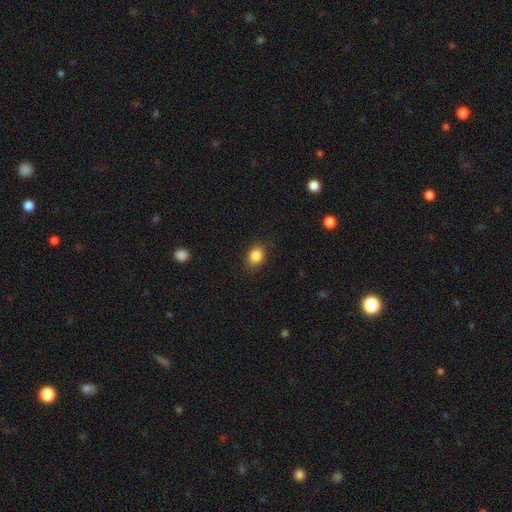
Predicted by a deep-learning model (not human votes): smooth-or-featured: smooth: 86% | star or artifact: 9% | featured or disk: 5%
  how-rounded: in between: 61% | round: 38% | cigar-shaped: 1%
  merging: none: 83% | minor disturbance: 13% | major disturbance: 3% | merger: 1%